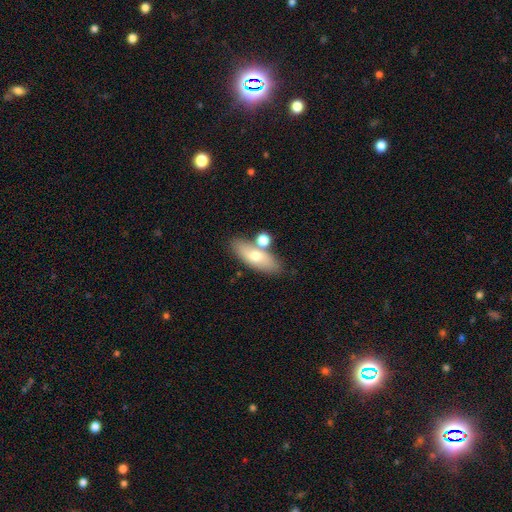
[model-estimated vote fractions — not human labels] Smooth or featured? smooth (64%)
How rounded? in between (65%)
Merging? none (69%)